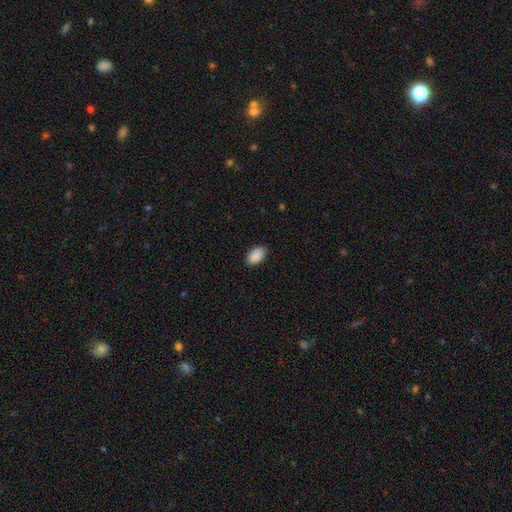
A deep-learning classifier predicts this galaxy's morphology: A smooth galaxy with no disk features (91%) that is in between round and cigar-shaped (95%).

Vote fractions:
- Smooth or featured? smooth: 91% / star or artifact: 7% / featured or disk: 3%
- How rounded? in between: 95% / round: 4% / cigar-shaped: 1%
- Merging? none: 87% / minor disturbance: 11% / major disturbance: 2% / merger: 1%